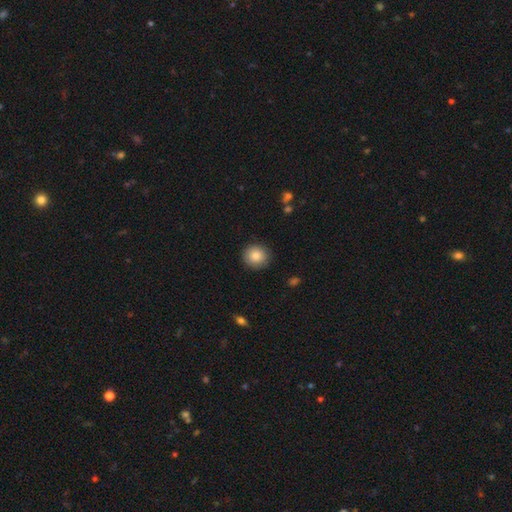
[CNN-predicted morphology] The model was most divided on "smooth or featured": smooth: 86%, star or artifact: 8%, featured or disk: 6%. More confident: how rounded — round (91%); merging — none (90%).